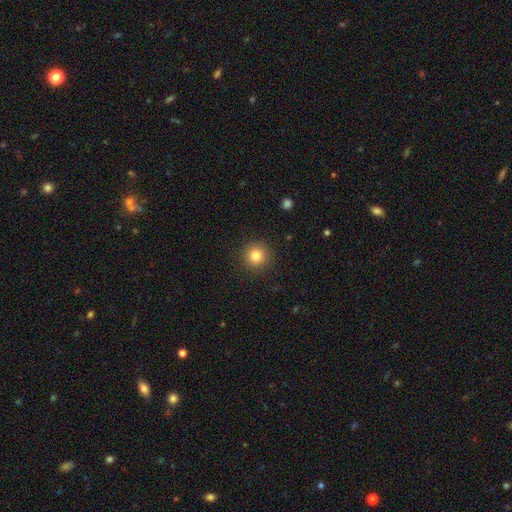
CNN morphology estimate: Smooth or featured? smooth (82%)
How rounded? round (95%)
Merging? none (91%)